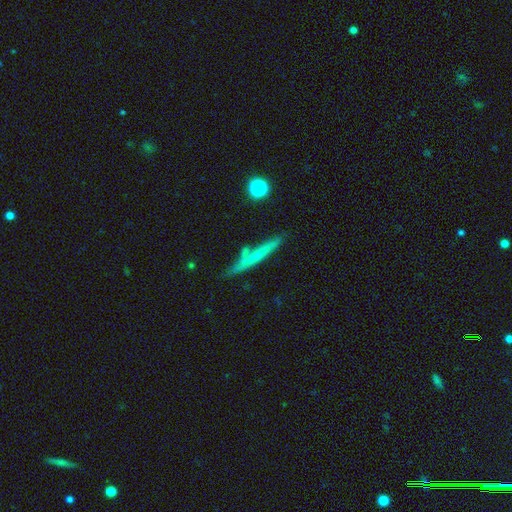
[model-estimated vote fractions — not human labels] smooth-or-featured: smooth: 48% | featured or disk: 44% | star or artifact: 8%
  merging: none: 72% | minor disturbance: 15% | merger: 9% | major disturbance: 4%